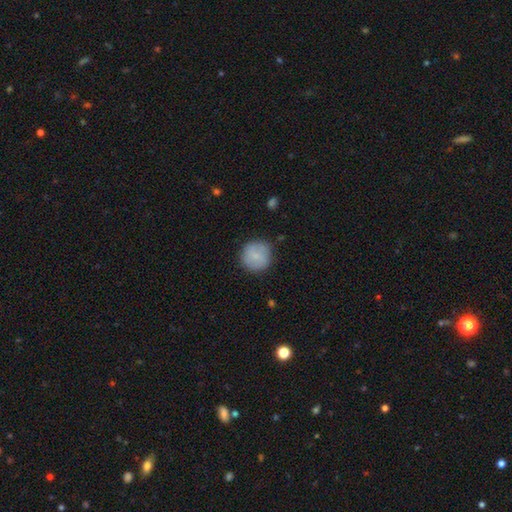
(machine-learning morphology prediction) Smooth or featured: smooth — 74% (featured or disk — 19%)
How rounded: round — 93% (in between — 6%)
Merging: none — 81% (minor disturbance — 14%)